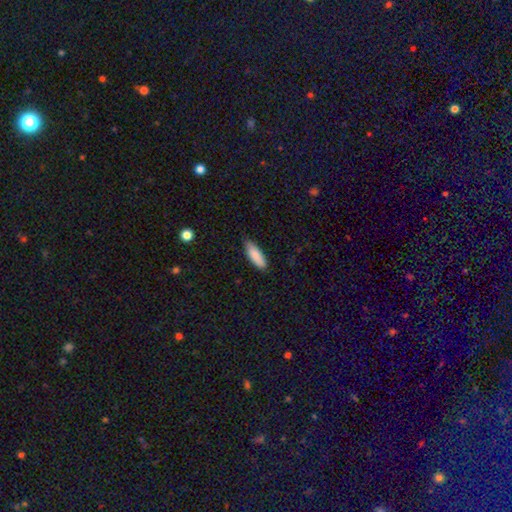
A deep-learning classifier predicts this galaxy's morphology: smooth-or-featured: smooth: 88% | featured or disk: 6% | star or artifact: 6%
  how-rounded: in between: 60% | cigar-shaped: 39% | round: 2%
  merging: none: 84% | minor disturbance: 13% | major disturbance: 2% | merger: 1%